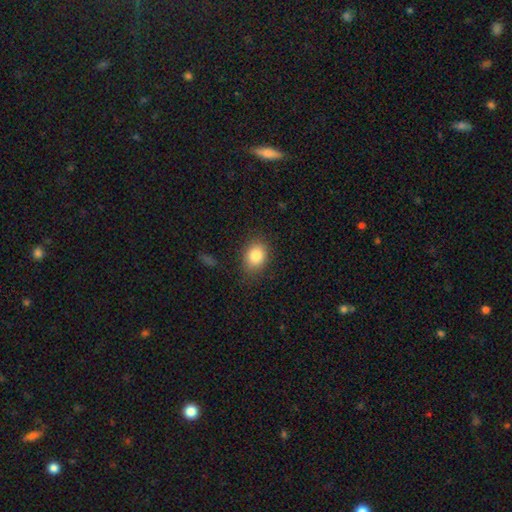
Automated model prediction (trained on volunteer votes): Smooth or featured? smooth (83%)
How rounded? in between (59%)
Merging? none (81%)